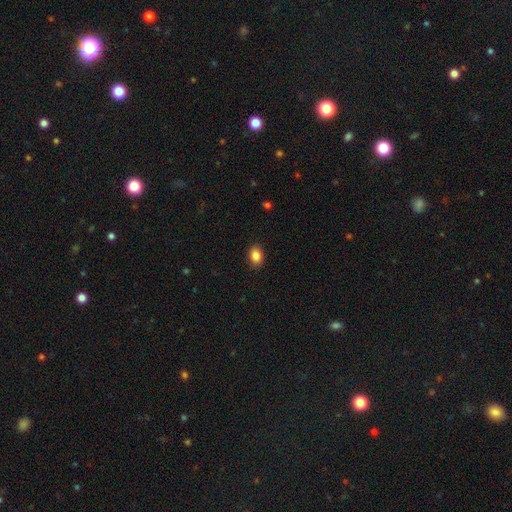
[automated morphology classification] Smooth or featured? smooth (87%)
How rounded? in between (73%)
Merging? none (89%)